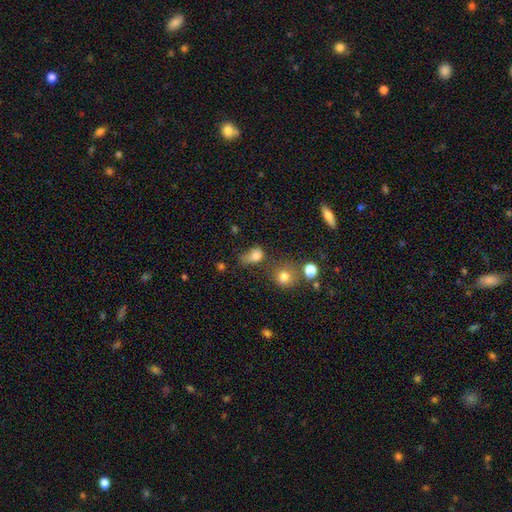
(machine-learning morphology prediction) Q: Smooth or featured?
A: smooth (77%); runner-up: star or artifact (14%)
Q: How rounded?
A: in between (59%); runner-up: round (39%)
Q: Merging?
A: none (33%); runner-up: minor disturbance (28%)